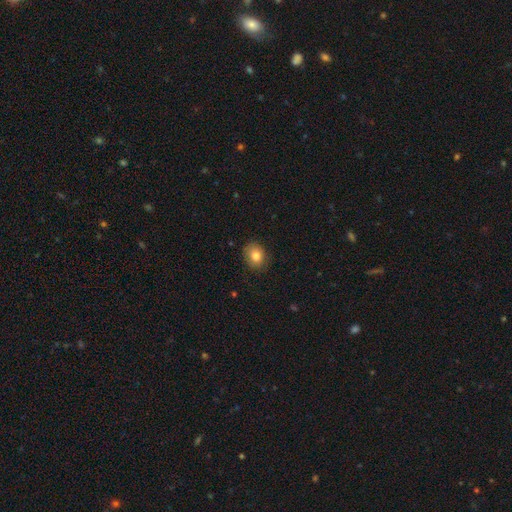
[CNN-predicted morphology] smooth-or-featured: smooth: 80% | star or artifact: 10% | featured or disk: 10%
  how-rounded: round: 56% | in between: 43% | cigar-shaped: 1%
  merging: none: 85% | minor disturbance: 11% | major disturbance: 2% | merger: 1%